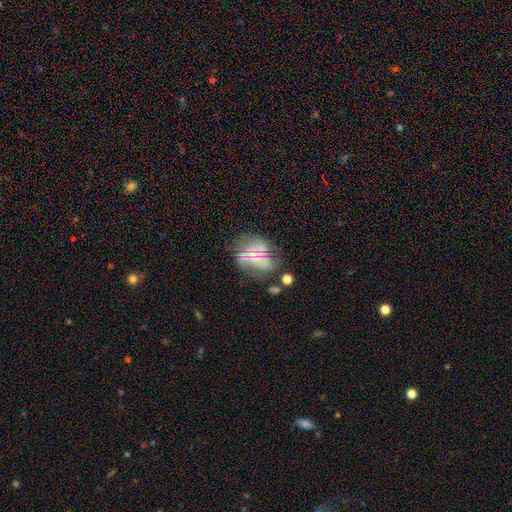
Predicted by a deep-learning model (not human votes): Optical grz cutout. It shows a featured or disk galaxy (50%). Merging: none (48%).